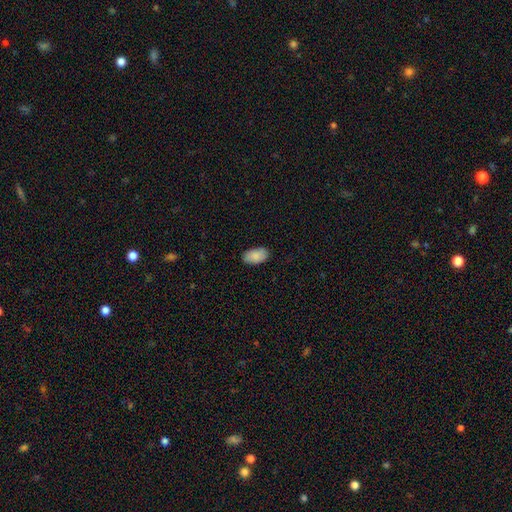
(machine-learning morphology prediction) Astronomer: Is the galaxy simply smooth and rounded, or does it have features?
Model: smooth — 88%.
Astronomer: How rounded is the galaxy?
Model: in between — 95%.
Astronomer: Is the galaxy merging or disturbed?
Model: none — 85%.